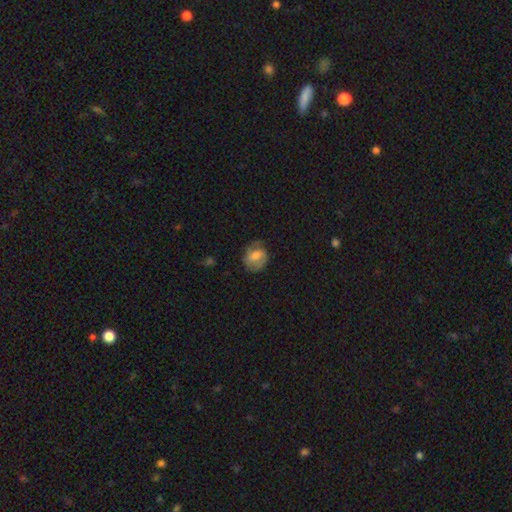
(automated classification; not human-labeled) Morphology: type=smooth (56%); roundness=round (54%); merging=none (57%).